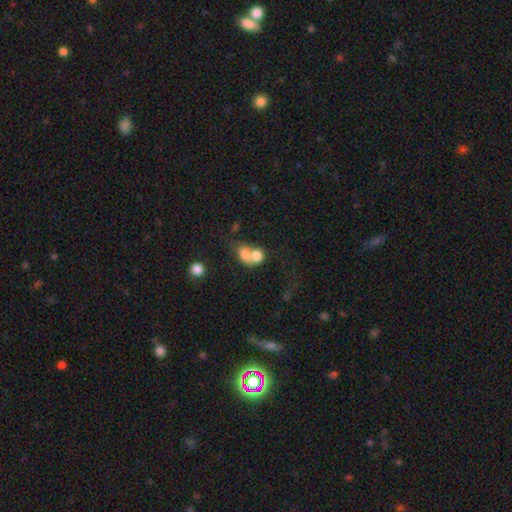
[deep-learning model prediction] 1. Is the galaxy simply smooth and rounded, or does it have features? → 73% smooth, 18% featured or disk, 9% star or artifact.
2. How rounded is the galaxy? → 53% round, 45% in between, 1% cigar-shaped.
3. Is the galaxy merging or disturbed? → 74% merger, 16% none, 5% minor disturbance, 5% major disturbance.